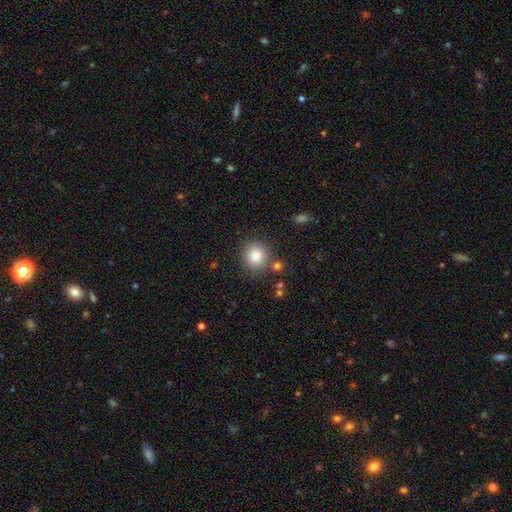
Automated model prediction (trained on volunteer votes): Smooth or featured: smooth — 83% (star or artifact — 10%)
How rounded: round — 91% (in between — 8%)
Merging: none — 82% (minor disturbance — 9%)